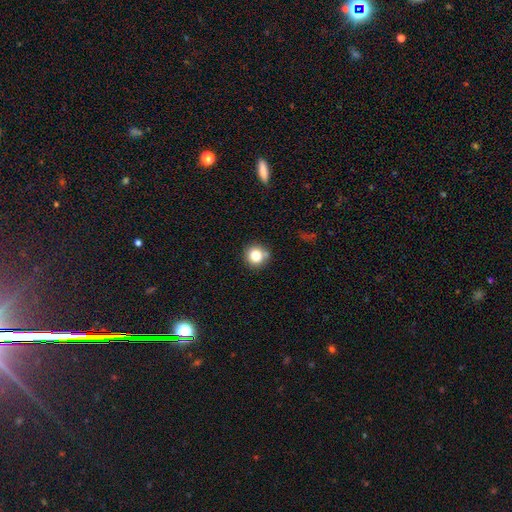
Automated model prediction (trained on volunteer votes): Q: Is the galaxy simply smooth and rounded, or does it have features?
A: smooth — 81%.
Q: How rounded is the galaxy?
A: round — 92%.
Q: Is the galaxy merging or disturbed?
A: none — 79%.